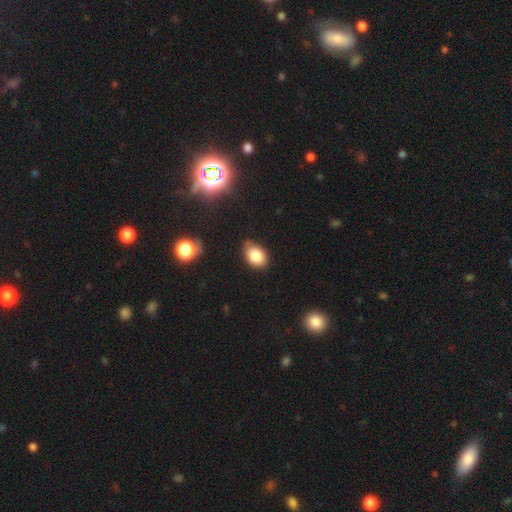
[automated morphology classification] smooth-or-featured: smooth: 81% | star or artifact: 10% | featured or disk: 9%
  how-rounded: in between: 80% | round: 18% | cigar-shaped: 1%
  merging: none: 64% | minor disturbance: 29% | major disturbance: 4% | merger: 3%